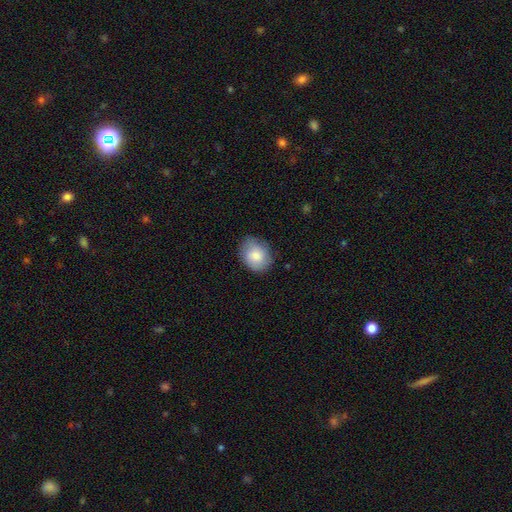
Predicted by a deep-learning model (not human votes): Overall: smooth (81%). How rounded: in between (52%; round 47%). Merging: none (77%).